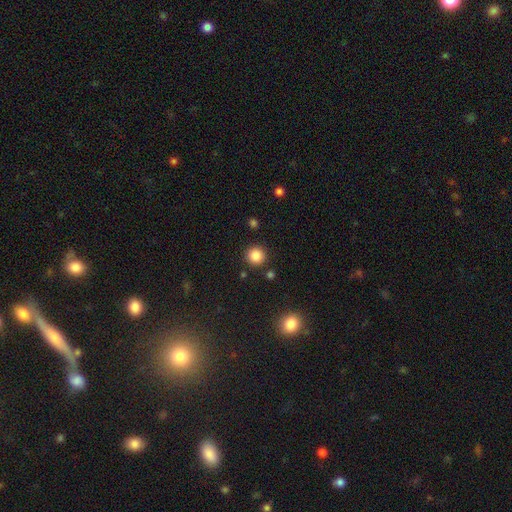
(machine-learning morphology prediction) A smooth galaxy with no disk features (85%) that is round (94%). Merging: none (89%).